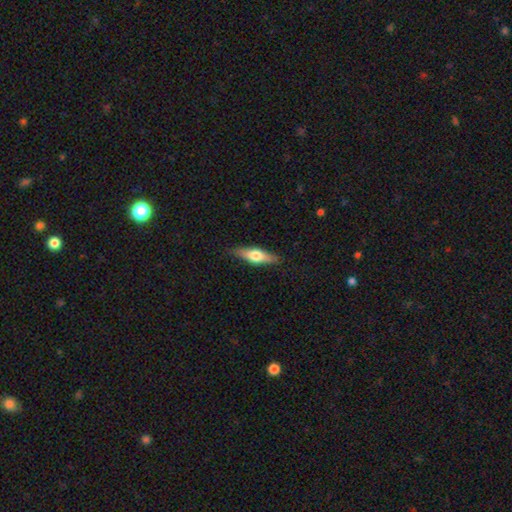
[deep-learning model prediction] Q: Smooth or featured?
A: featured or disk (47%); tied with: smooth (47%)
Q: Merging?
A: none (86%); runner-up: minor disturbance (11%)